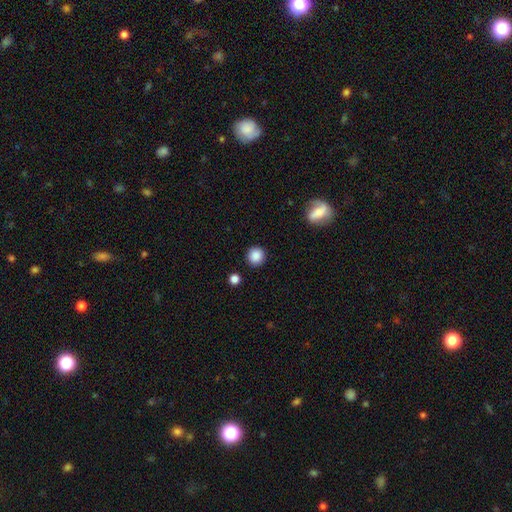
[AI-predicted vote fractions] Overall: smooth (88%). How rounded: round (92%). Merging: none (90%).